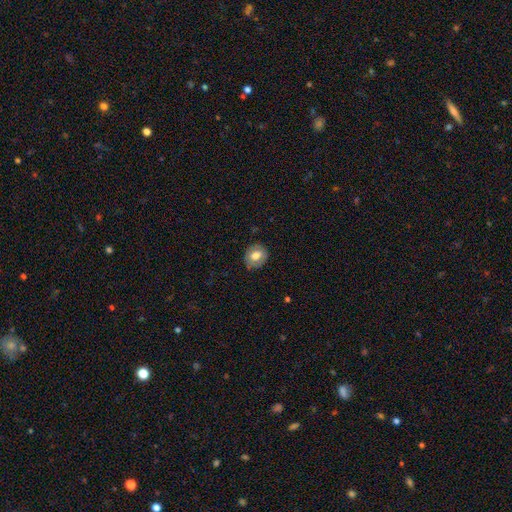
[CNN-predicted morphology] A smooth galaxy with no disk features (72%) that is round (64%). Merging: none (81%).